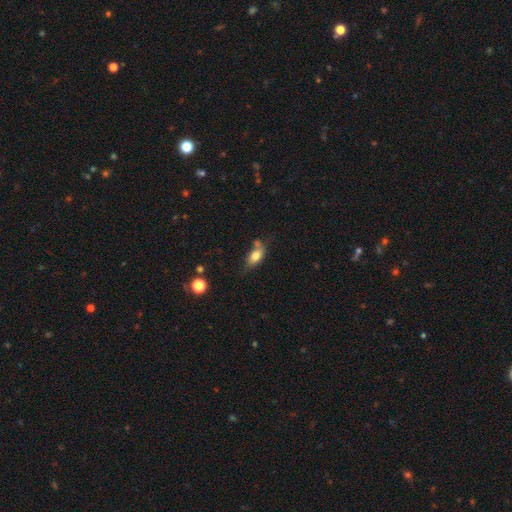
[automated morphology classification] Overall: smooth (77%). How rounded: in between (84%). Merging: none (51%; minor disturbance 23%).